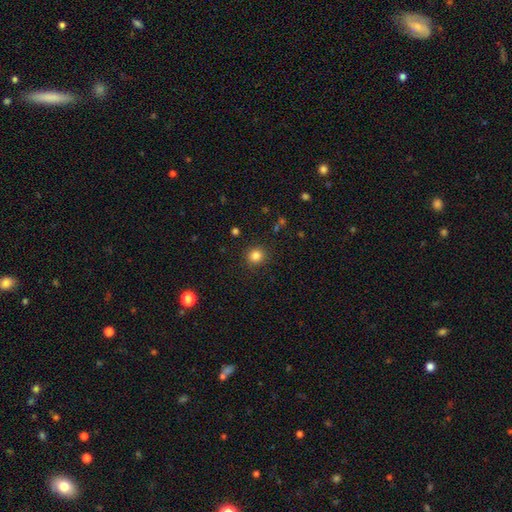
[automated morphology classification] Smooth or featured? Predicted: smooth (p=0.83). How rounded? Predicted: round (p=0.89). Merging? Predicted: none (p=0.89).